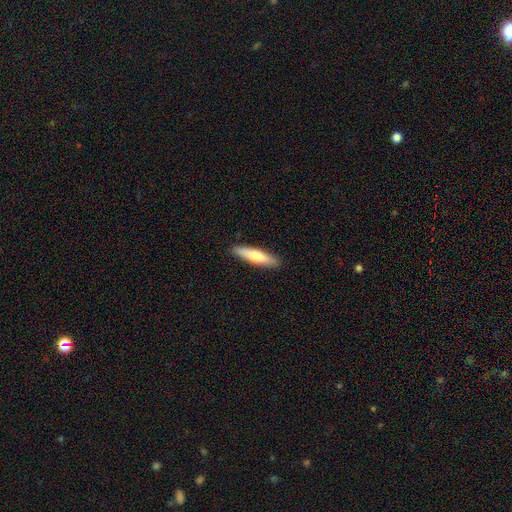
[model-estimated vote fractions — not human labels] A smooth galaxy with no disk features (75%) that is cigar-shaped (81%).

Vote fractions:
- Smooth or featured? smooth: 75% / featured or disk: 20% / star or artifact: 5%
- How rounded? cigar-shaped: 81% / in between: 18% / round: 1%
- Merging? none: 90% / minor disturbance: 8% / major disturbance: 2% / merger: 1%